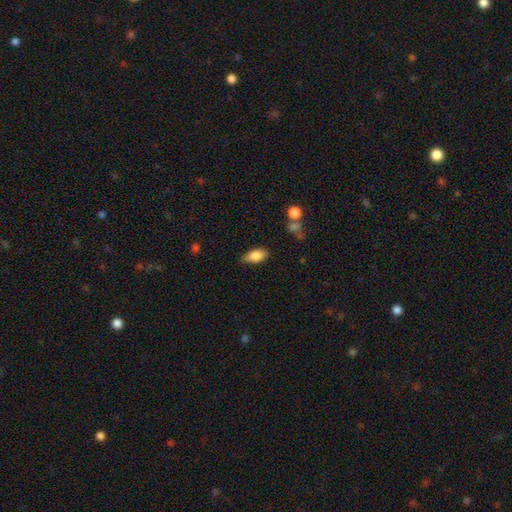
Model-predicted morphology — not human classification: Smooth or featured? smooth (79%)
How rounded? in between (85%)
Merging? none (70%)